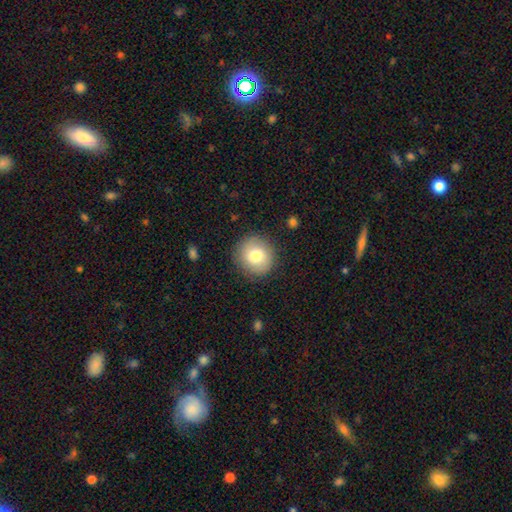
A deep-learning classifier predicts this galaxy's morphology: A smooth galaxy with no disk features (78%) that is round (92%). Merging: none (88%).